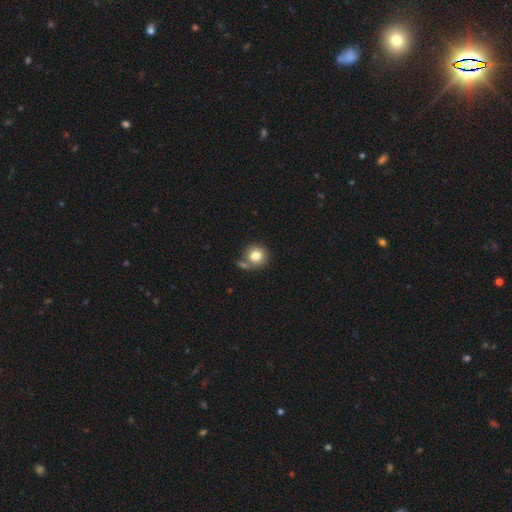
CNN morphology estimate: Smooth or featured?
  - smooth: 80% *
  - featured or disk: 11%
  - star or artifact: 9%
How rounded?
  - round: 90% *
  - in between: 9%
  - cigar-shaped: 1%
Merging?
  - none: 63% *
  - merger: 17%
  - minor disturbance: 14%
  - major disturbance: 5%